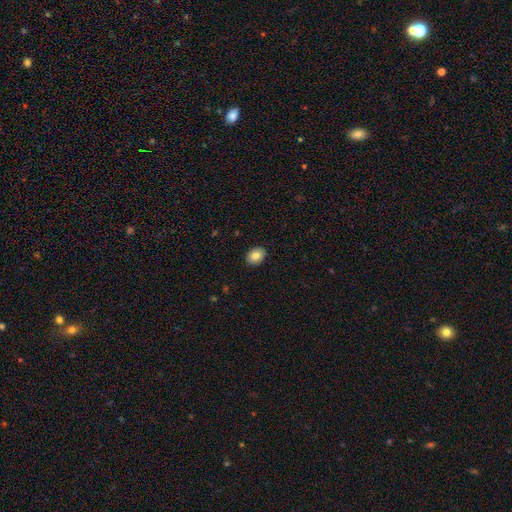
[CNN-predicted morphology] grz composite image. It shows a smooth galaxy with no disk features (82%) that is in between round and cigar-shaped (65%). Merging: none (90%).